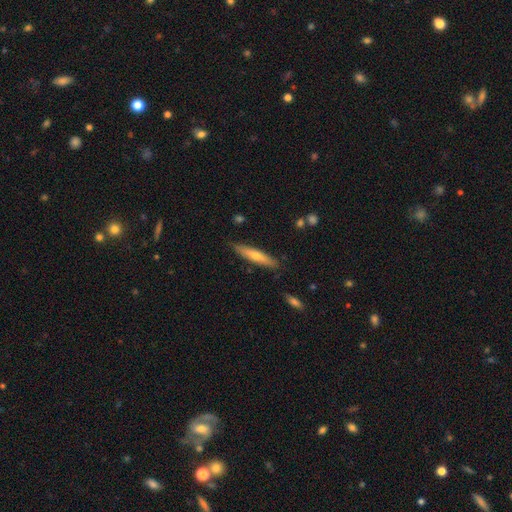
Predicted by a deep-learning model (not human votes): Overall: smooth (56%; featured or disk 39%). How rounded: cigar-shaped (85%). Merging: none (86%).